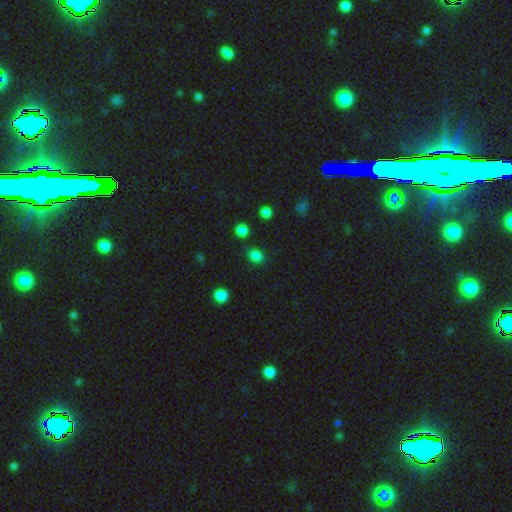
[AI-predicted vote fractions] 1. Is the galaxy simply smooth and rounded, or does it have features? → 80% smooth, 16% star or artifact, 3% featured or disk.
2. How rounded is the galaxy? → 58% round, 41% in between, 1% cigar-shaped.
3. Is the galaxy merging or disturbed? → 82% none, 11% minor disturbance, 4% merger, 3% major disturbance.